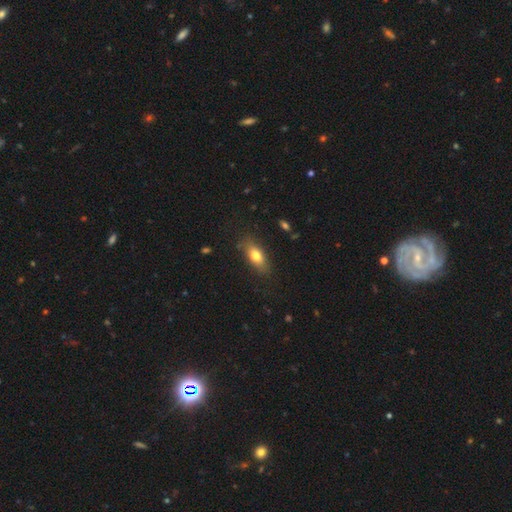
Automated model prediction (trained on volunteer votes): This appears to be a smooth galaxy with no disk features (76%) that is in between round and cigar-shaped (80%). Merging: none (82%).